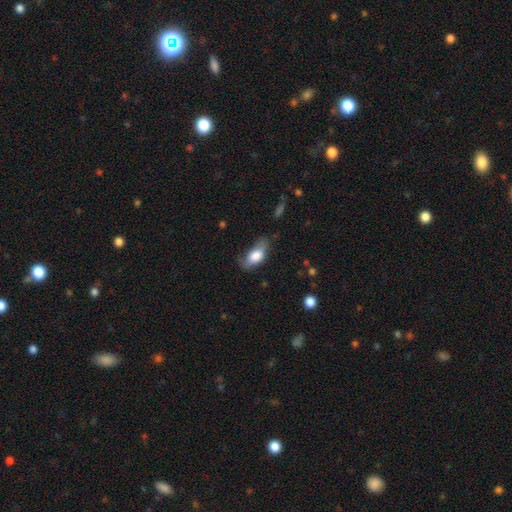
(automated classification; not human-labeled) Overall: smooth (77%). How rounded: in between (88%). Merging: none (46%; minor disturbance 35%).